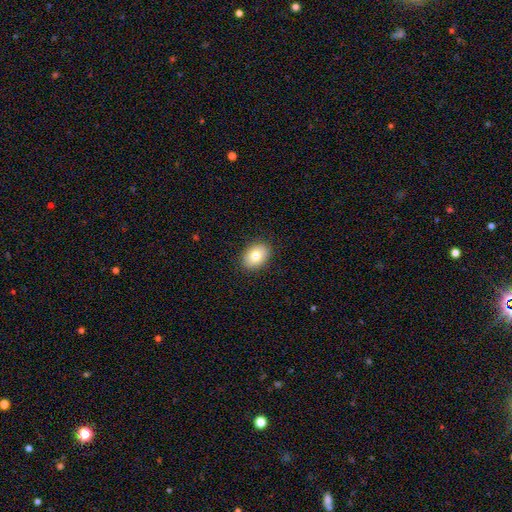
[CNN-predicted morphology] A smooth galaxy with no disk features (78%) that is in between round and cigar-shaped (73%). Merging: none (89%).